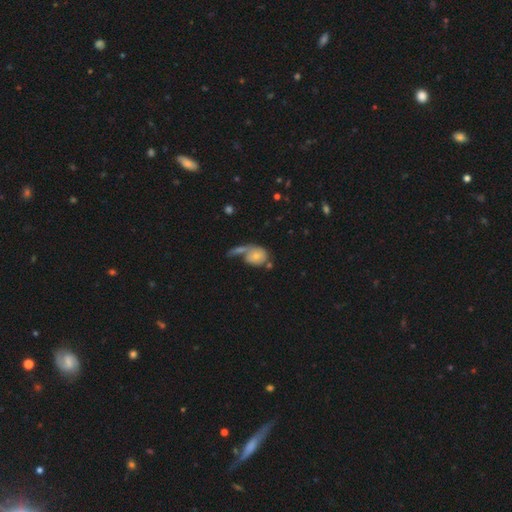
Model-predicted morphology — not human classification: A smooth galaxy with no disk features (60%) that is round (49%, tied with in between). Merging: merger (41%).